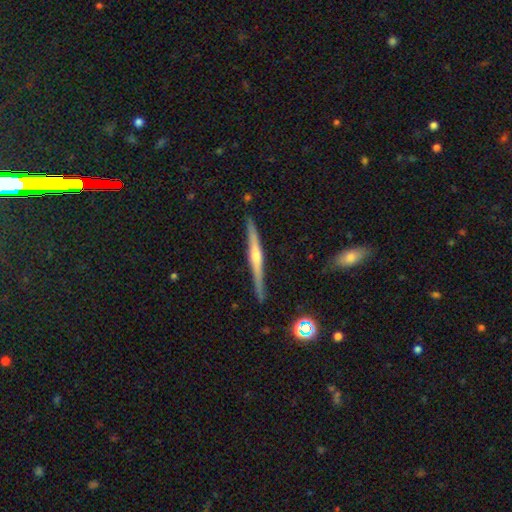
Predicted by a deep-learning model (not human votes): Morphology: type=featured or disk (77%); edge-on=yes (98%); edge-on bulge=rounded (80%); merging=none (90%).